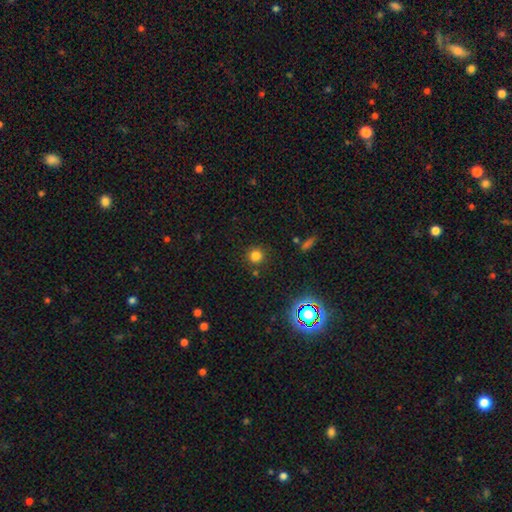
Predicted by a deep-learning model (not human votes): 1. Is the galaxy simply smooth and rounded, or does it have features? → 78% smooth, 17% star or artifact, 6% featured or disk.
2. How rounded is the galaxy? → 93% round, 6% in between, 1% cigar-shaped.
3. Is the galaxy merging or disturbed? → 86% none, 8% minor disturbance, 4% merger, 3% major disturbance.